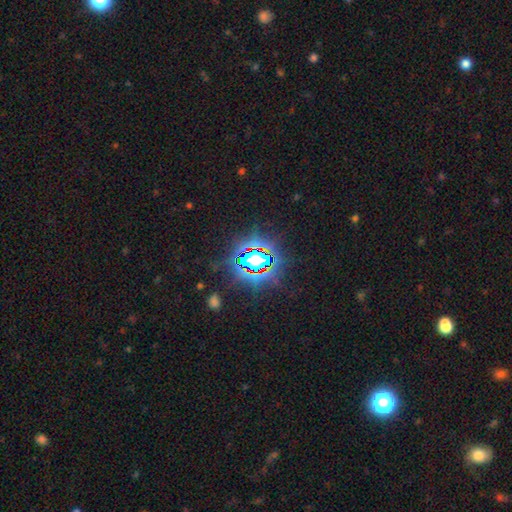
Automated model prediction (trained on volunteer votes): Smooth or featured? star or artifact (83%)